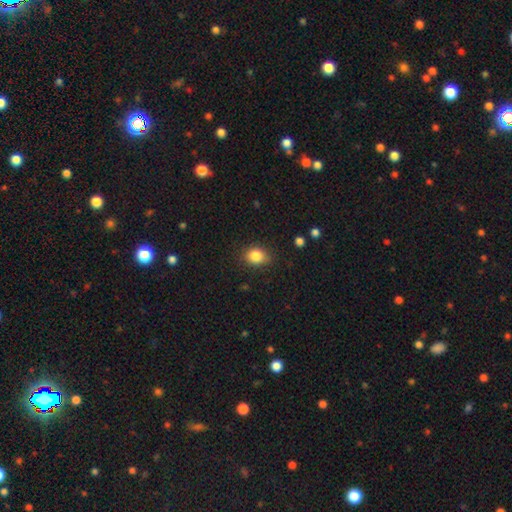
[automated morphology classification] A smooth galaxy with no disk features (85%) that is round (52%). Merging: none (80%).